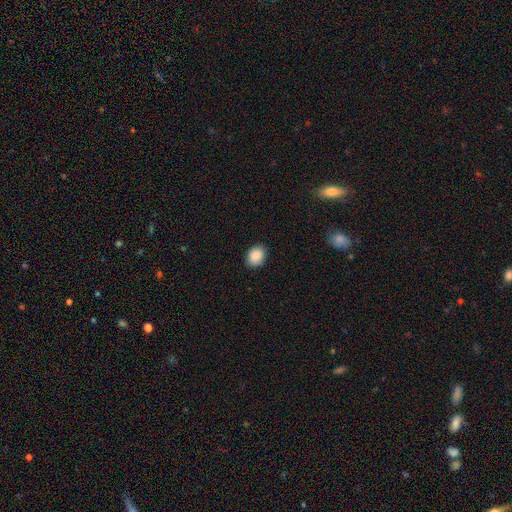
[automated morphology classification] This appears to be a smooth galaxy with no disk features (89%) that is in between round and cigar-shaped (59%). Merging: none (88%).